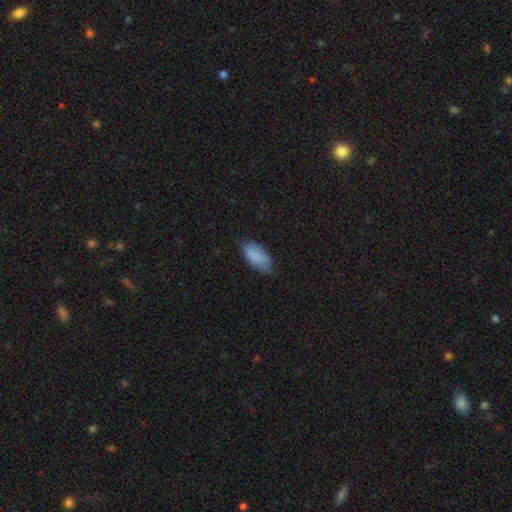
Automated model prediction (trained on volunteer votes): smooth-or-featured: smooth: 84% | featured or disk: 9% | star or artifact: 7%
  how-rounded: in between: 92% | cigar-shaped: 6% | round: 2%
  merging: none: 66% | minor disturbance: 27% | major disturbance: 5% | merger: 1%